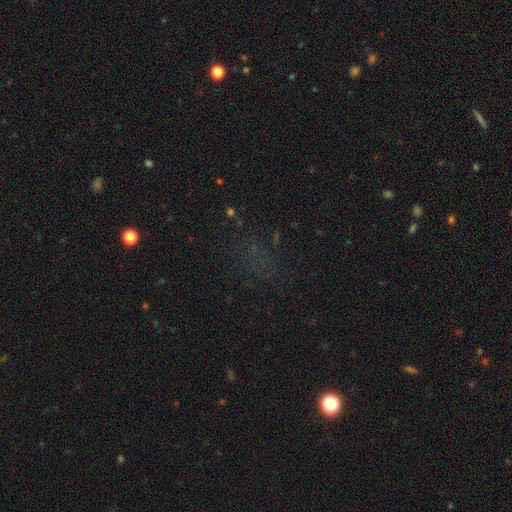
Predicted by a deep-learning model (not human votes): smooth-or-featured: star or artifact: 53% | smooth: 34% | featured or disk: 13%